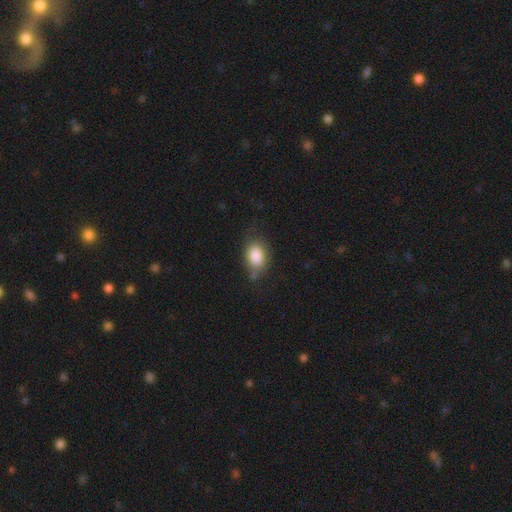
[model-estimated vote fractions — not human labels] Smooth or featured? smooth (83%)
How rounded? in between (78%)
Merging? none (57%)